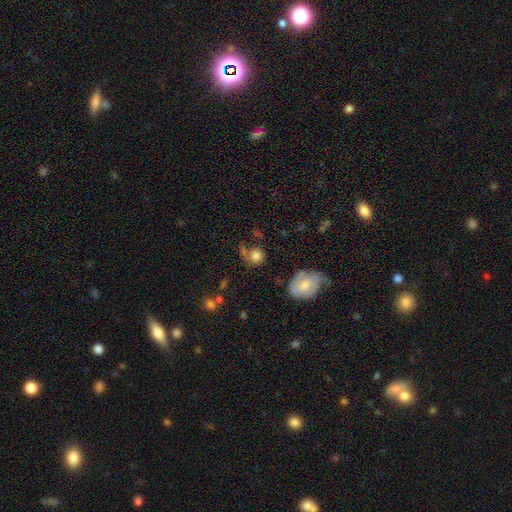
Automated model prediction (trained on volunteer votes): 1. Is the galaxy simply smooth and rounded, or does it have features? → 79% smooth, 11% featured or disk, 10% star or artifact.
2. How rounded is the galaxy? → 83% round, 16% in between, 1% cigar-shaped.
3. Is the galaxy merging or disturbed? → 56% none, 21% minor disturbance, 12% major disturbance, 11% merger.